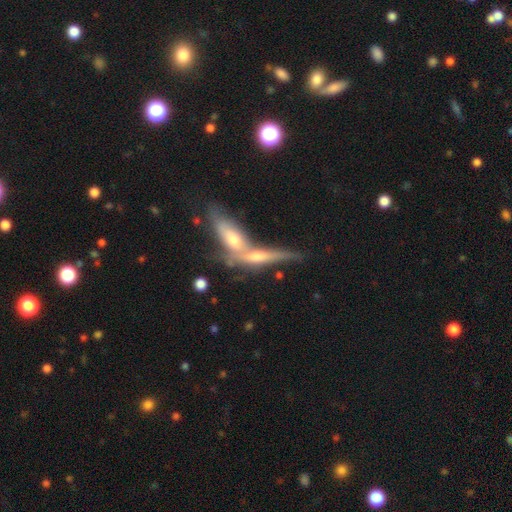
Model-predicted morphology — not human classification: Smooth or featured?
  - featured or disk: 60% *
  - smooth: 31%
  - star or artifact: 9%
Edge-on disk?
  - yes: 78% *
  - no: 22%
Merging?
  - merger: 53% *
  - none: 33%
  - minor disturbance: 9%
  - major disturbance: 5%